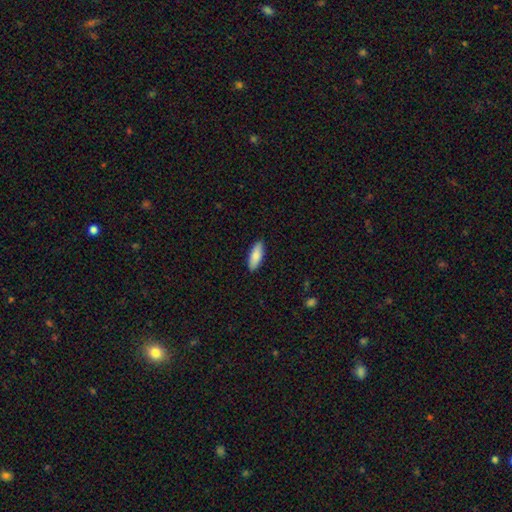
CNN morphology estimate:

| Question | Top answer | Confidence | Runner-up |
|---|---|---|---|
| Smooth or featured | smooth | 86% | featured or disk (8%) |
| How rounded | in between | 66% | cigar-shaped (32%) |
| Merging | none | 90% | minor disturbance (7%) |